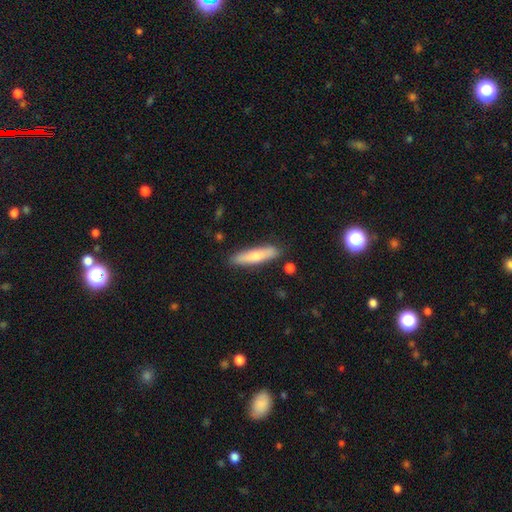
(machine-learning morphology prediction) smooth_or_featured: smooth (p=0.71) [alt: featured or disk p=0.23]
how_rounded: cigar-shaped (p=0.82) [alt: in between p=0.17]
merging: none (p=0.85) [alt: minor disturbance p=0.10]